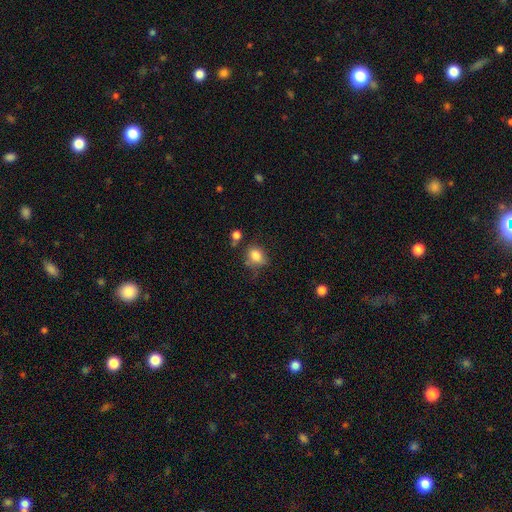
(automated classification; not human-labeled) A smooth galaxy with no disk features (83%) that is in between round and cigar-shaped (55%). Merging: none (59%).